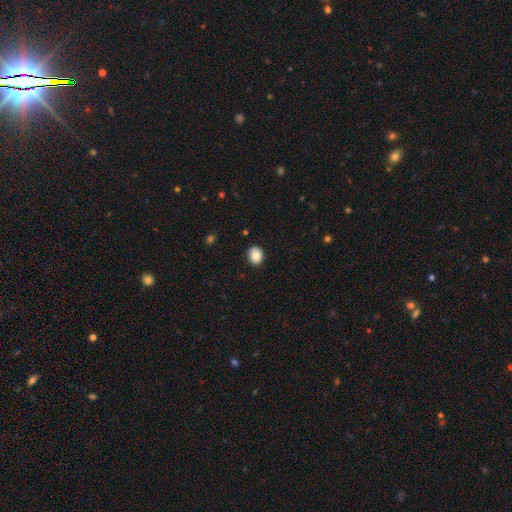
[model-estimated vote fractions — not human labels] Smooth or featured? smooth (83%)
How rounded? round (60%)
Merging? none (89%)